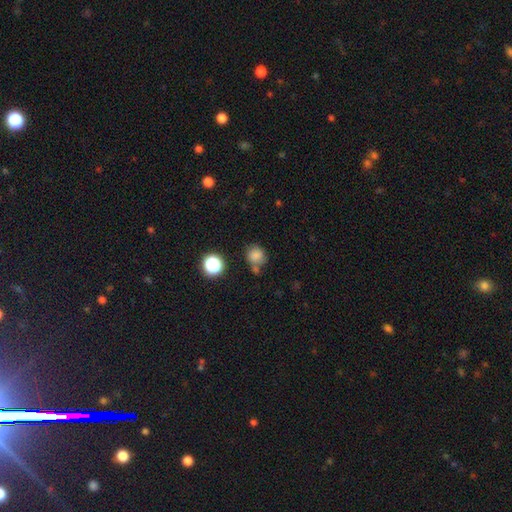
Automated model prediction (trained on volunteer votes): Smooth or featured?
  - smooth: 79% *
  - star or artifact: 14%
  - featured or disk: 7%
How rounded?
  - round: 83% *
  - in between: 16%
  - cigar-shaped: 1%
Merging?
  - none: 61% *
  - minor disturbance: 18%
  - merger: 15%
  - major disturbance: 6%